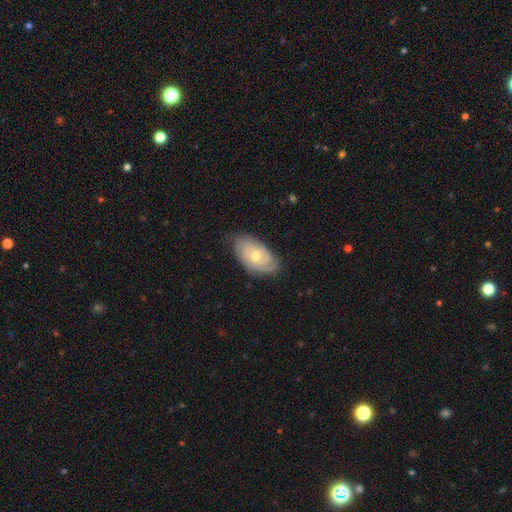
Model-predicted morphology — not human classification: Smooth or featured: featured or disk — 80% (smooth — 14%)
Edge-on disk: no — 95% (yes — 5%)
Bar: no — 68% (weak — 27%)
Spiral arms: yes — 94% (no — 6%)
Spiral winding: tight — 71% (medium — 24%)
Spiral arm count: 2 — 32% (can't tell — 29%)
Bulge size: moderate — 65% (small — 31%)
Merging: none — 78% (minor disturbance — 17%)